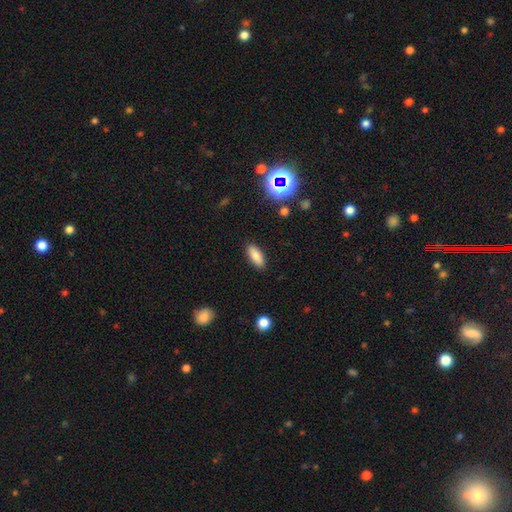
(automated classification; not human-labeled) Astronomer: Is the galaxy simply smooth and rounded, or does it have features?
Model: smooth — 84%.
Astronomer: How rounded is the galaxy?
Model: in between — 78%.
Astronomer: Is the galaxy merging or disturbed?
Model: none — 88%.